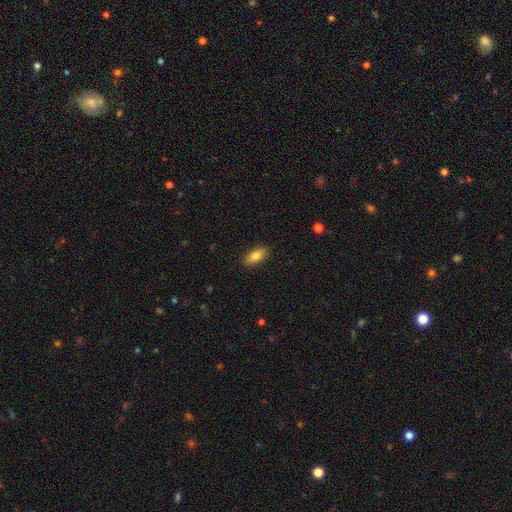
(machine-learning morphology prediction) smooth-or-featured: smooth: 81% | featured or disk: 12% | star or artifact: 7%
  how-rounded: in between: 85% | cigar-shaped: 12% | round: 3%
  merging: none: 88% | minor disturbance: 9% | major disturbance: 2% | merger: 1%